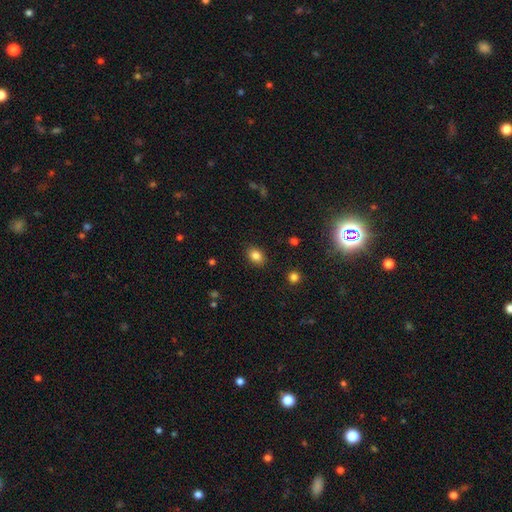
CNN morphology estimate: Q: Smooth or featured?
A: smooth (84%); runner-up: star or artifact (10%)
Q: How rounded?
A: in between (64%); runner-up: round (35%)
Q: Merging?
A: none (88%); runner-up: minor disturbance (9%)